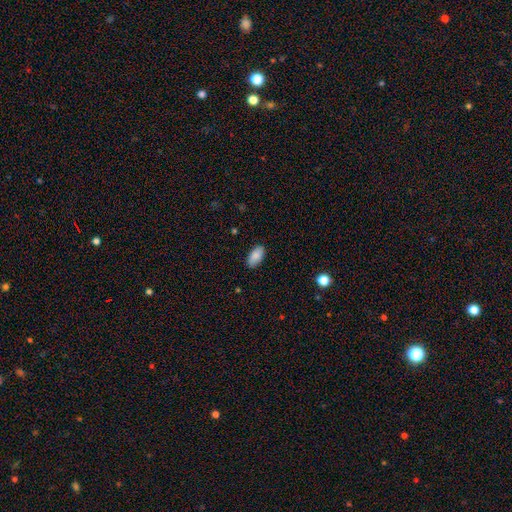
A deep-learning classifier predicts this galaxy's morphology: Q: Smooth or featured?
A: smooth (87%); runner-up: star or artifact (7%)
Q: How rounded?
A: in between (94%); runner-up: cigar-shaped (3%)
Q: Merging?
A: none (88%); runner-up: minor disturbance (9%)